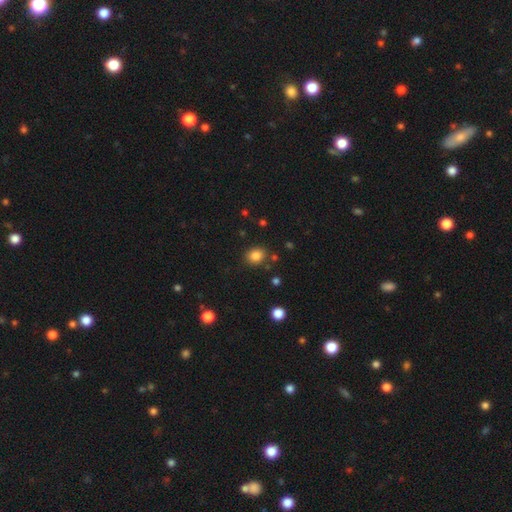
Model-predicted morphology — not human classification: Smooth or featured? Predicted: smooth (p=0.83). How rounded? Predicted: round (p=0.66). Merging? Predicted: none (p=0.84).